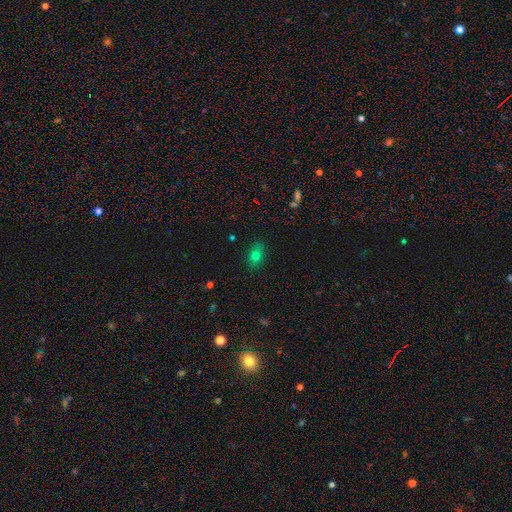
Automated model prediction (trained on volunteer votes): Q: Smooth or featured?
A: smooth (74%); runner-up: star or artifact (16%)
Q: How rounded?
A: in between (75%); runner-up: round (22%)
Q: Merging?
A: none (84%); runner-up: minor disturbance (12%)